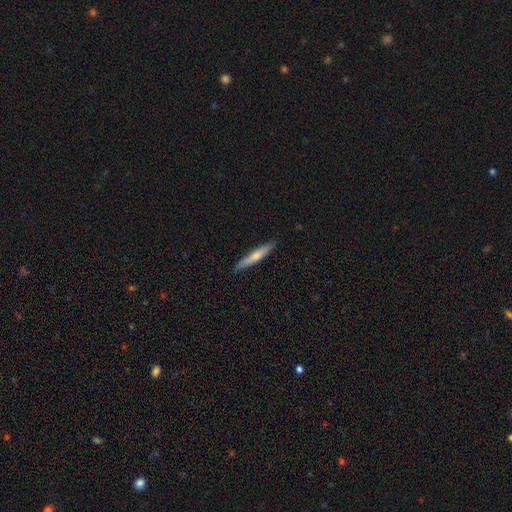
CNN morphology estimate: Smooth or featured? smooth (61%)
How rounded? cigar-shaped (93%)
Merging? none (89%)